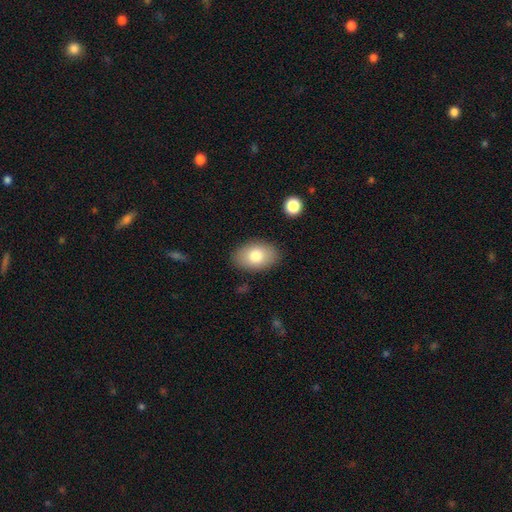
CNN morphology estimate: type=smooth (79%); roundness=in between (89%); merging=none (86%).